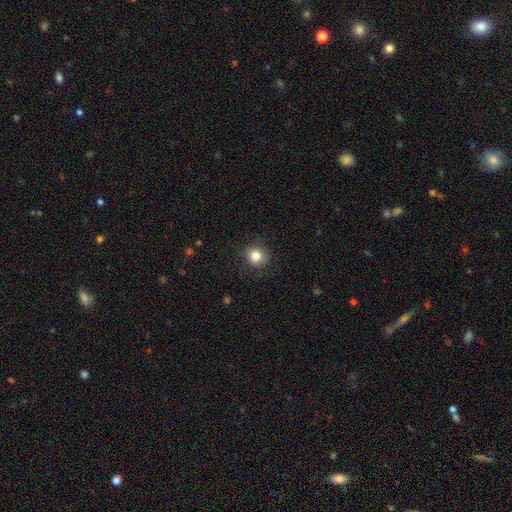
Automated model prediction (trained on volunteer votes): Smooth or featured? Predicted: smooth (p=0.84). How rounded? Predicted: round (p=0.88). Merging? Predicted: none (p=0.88).